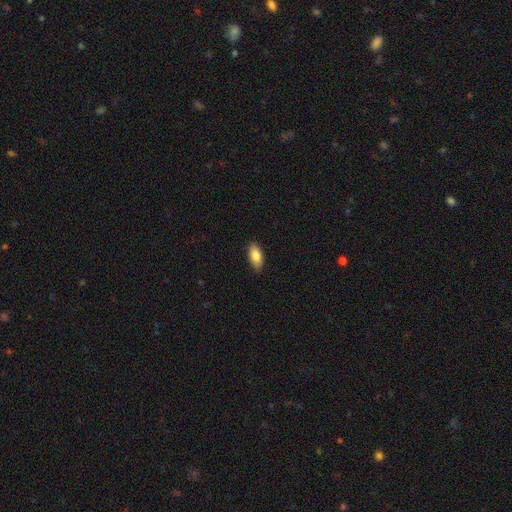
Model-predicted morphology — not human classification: This appears to be a smooth galaxy with no disk features (83%) that is in between round and cigar-shaped (88%). Merging: none (87%).